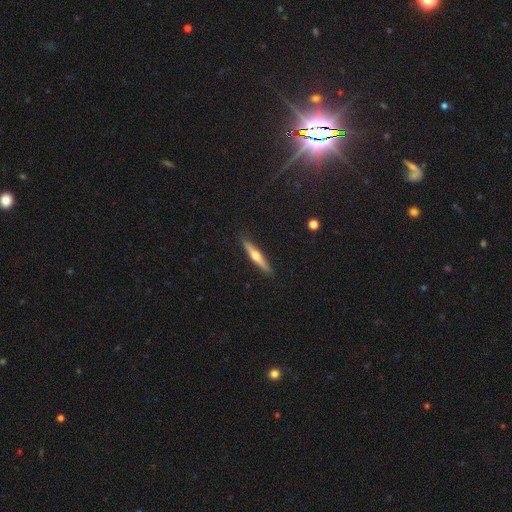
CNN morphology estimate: Smooth or featured: featured or disk — 62% (smooth — 32%)
Edge-on disk: yes — 97% (no — 3%)
Edge-on bulge: rounded — 93% (none — 5%)
Merging: none — 91% (minor disturbance — 7%)